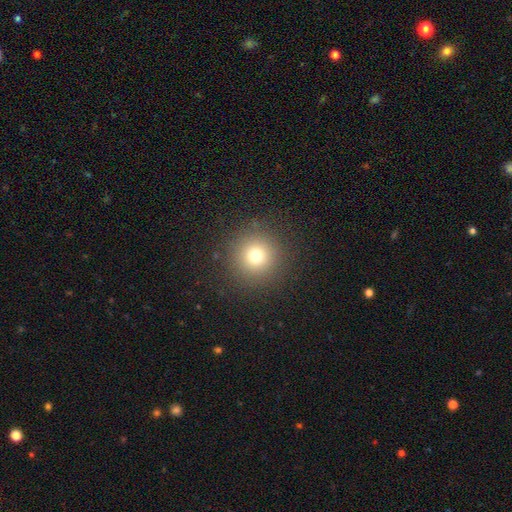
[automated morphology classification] The model was most divided on "smooth or featured": smooth: 74%, star or artifact: 16%, featured or disk: 10%. More confident: how rounded — round (96%); merging — none (90%).